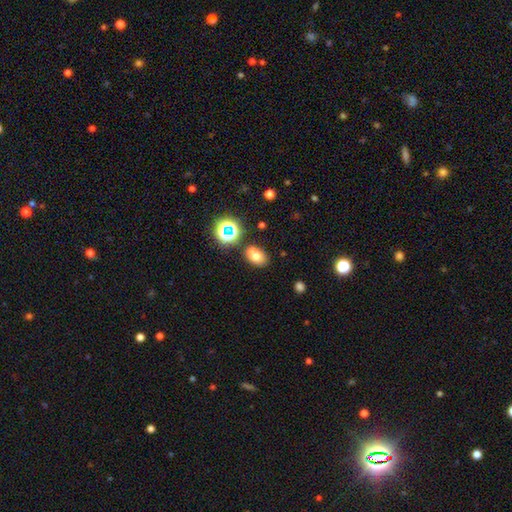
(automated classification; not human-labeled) Q: Smooth or featured?
A: smooth (69%); runner-up: star or artifact (17%)
Q: How rounded?
A: in between (68%); runner-up: round (31%)
Q: Merging?
A: none (58%); runner-up: merger (26%)